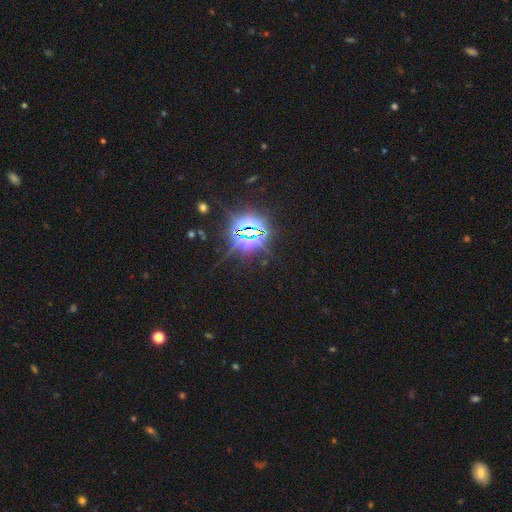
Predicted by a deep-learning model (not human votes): Smooth or featured? star or artifact (85%)